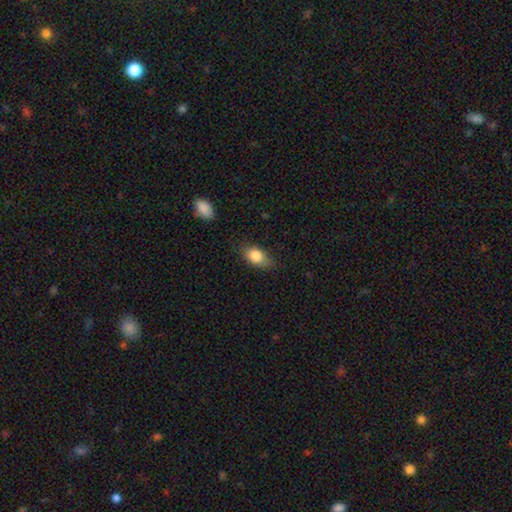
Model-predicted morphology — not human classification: This appears to be a smooth galaxy with no disk features (83%) that is in between round and cigar-shaped (82%). Merging: none (68%).